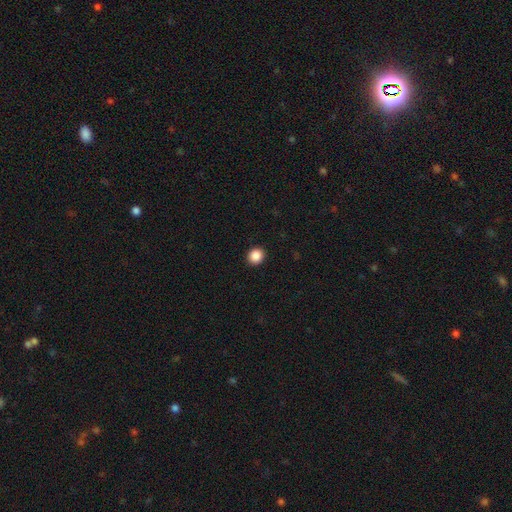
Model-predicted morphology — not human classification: The model was most divided on "how rounded": round: 88%, in between: 11%, cigar-shaped: 1%. More confident: merging — none (93%); smooth or featured — smooth (88%).